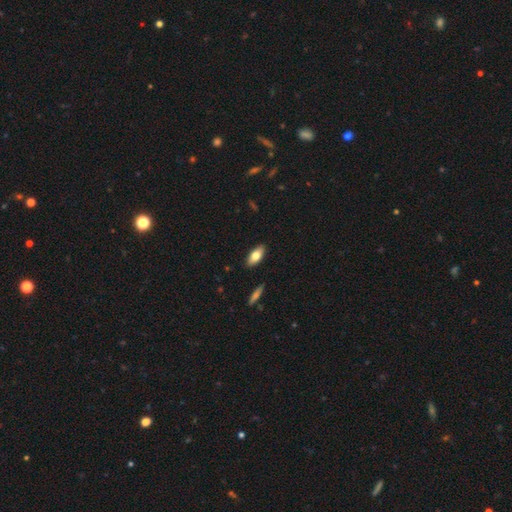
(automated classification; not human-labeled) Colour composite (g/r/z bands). It shows a smooth galaxy with no disk features (76%) that is in between round and cigar-shaped (85%). Merging: none (89%).